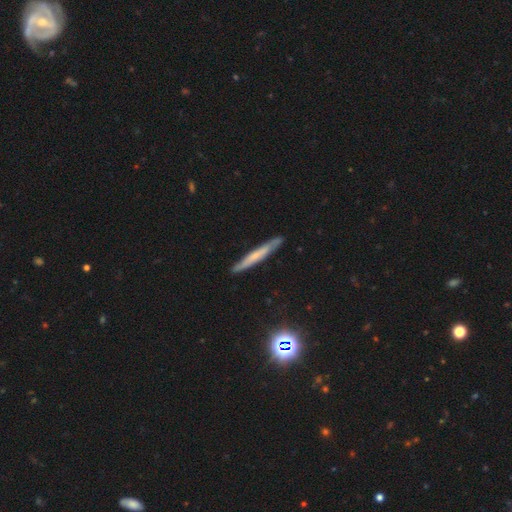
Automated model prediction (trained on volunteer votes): Smooth or featured: featured or disk — 47% (smooth — 45%)
Merging: none — 85% (minor disturbance — 11%)